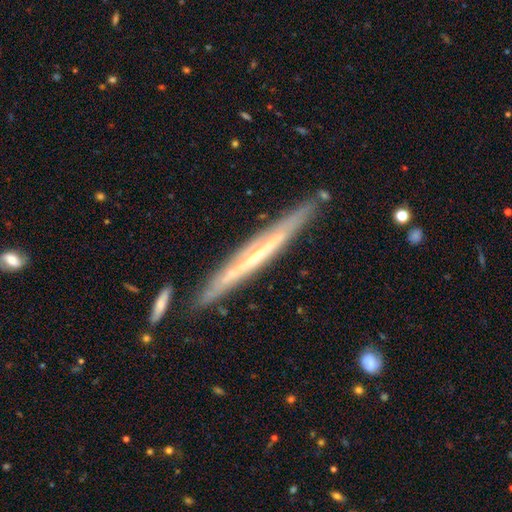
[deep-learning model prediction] smooth_or_featured: featured or disk (p=0.75) [alt: smooth p=0.19]
disk_edge_on: yes (p=0.94) [alt: no p=0.06]
edge_on_bulge: none (p=0.54) [alt: rounded p=0.40]
merging: none (p=0.85) [alt: minor disturbance p=0.10]